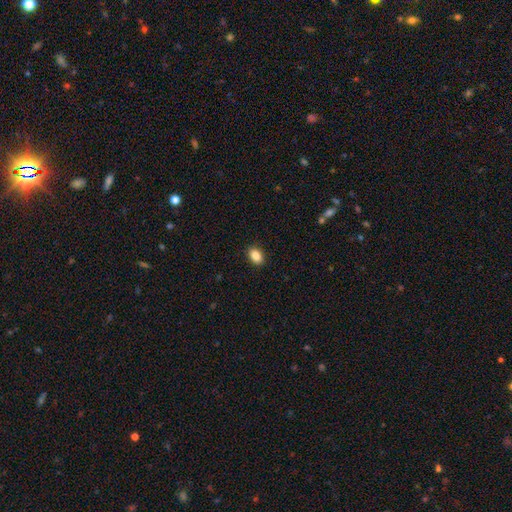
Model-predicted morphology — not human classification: Smooth or featured: smooth — 87% (star or artifact — 8%)
How rounded: in between — 83% (round — 16%)
Merging: none — 90% (minor disturbance — 7%)